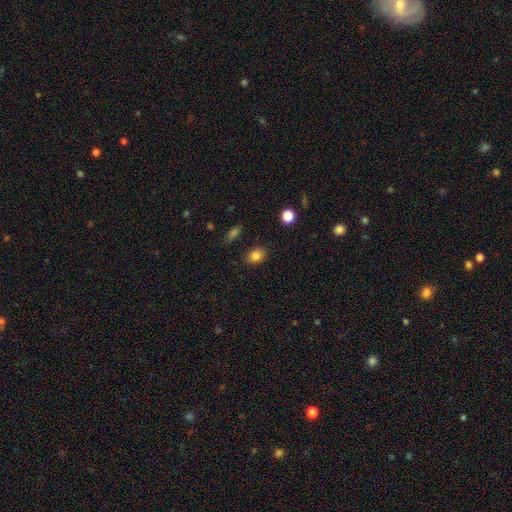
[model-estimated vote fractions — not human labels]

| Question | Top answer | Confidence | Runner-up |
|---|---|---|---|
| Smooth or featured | smooth | 83% | star or artifact (11%) |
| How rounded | in between | 69% | round (30%) |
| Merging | none | 85% | minor disturbance (11%) |